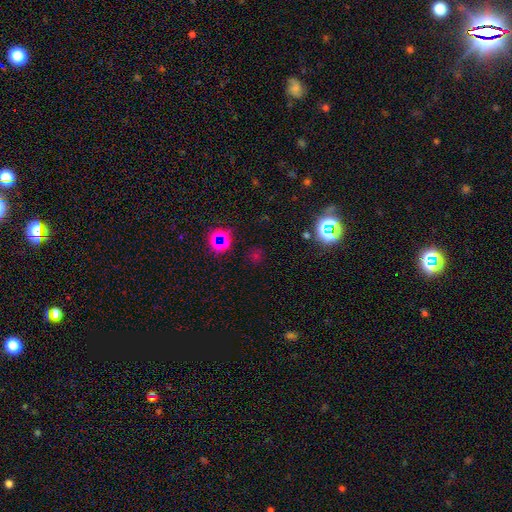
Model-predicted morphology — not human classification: Smooth or featured? Predicted: star or artifact (p=0.52).